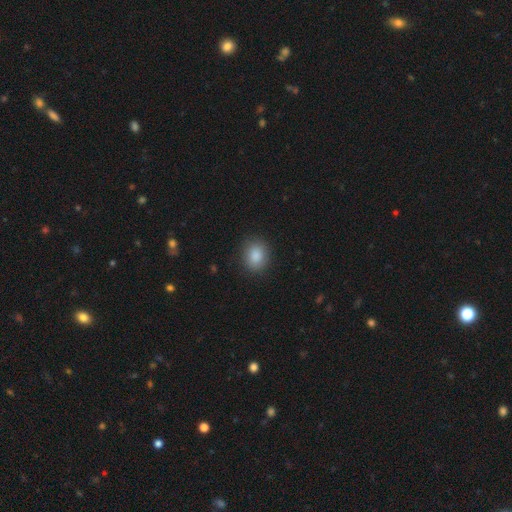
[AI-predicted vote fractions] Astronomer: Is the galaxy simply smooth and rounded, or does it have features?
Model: smooth — 87%.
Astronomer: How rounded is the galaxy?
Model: round — 60% (runner-up: in between, 39%).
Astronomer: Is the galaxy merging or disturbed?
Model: none — 87%.